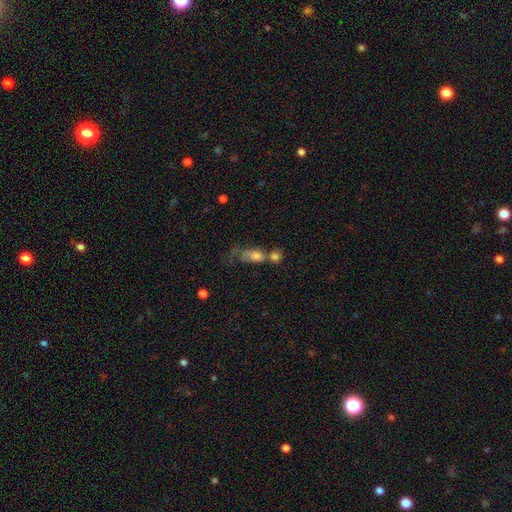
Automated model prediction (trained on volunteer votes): smooth 61%, featured or disk 25%, star or artifact 14%. Down the decision tree: how rounded — in between (66%); merging — merger (48%).